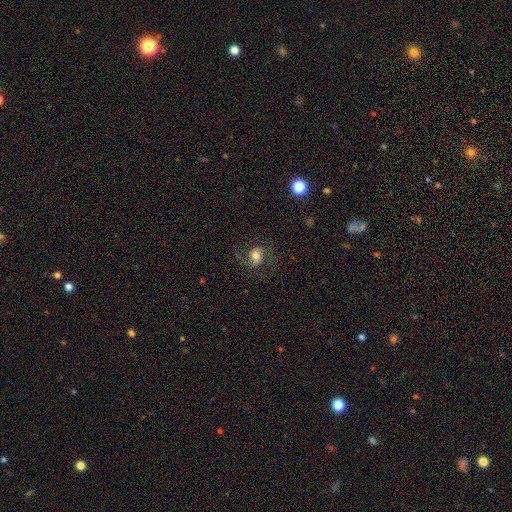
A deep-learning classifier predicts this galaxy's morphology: Q: Smooth or featured?
A: featured or disk (65%); runner-up: smooth (26%)
Q: Edge-on disk?
A: no (97%); runner-up: yes (3%)
Q: Bar?
A: no (53%); runner-up: weak (34%)
Q: Spiral arms?
A: yes (91%); runner-up: no (9%)
Q: Spiral winding?
A: medium (47%); runner-up: loose (41%)
Q: Spiral arm count?
A: 2 (85%); runner-up: 1 (8%)
Q: Bulge size?
A: moderate (64%); runner-up: large (20%)
Q: Merging?
A: none (67%); runner-up: major disturbance (16%)